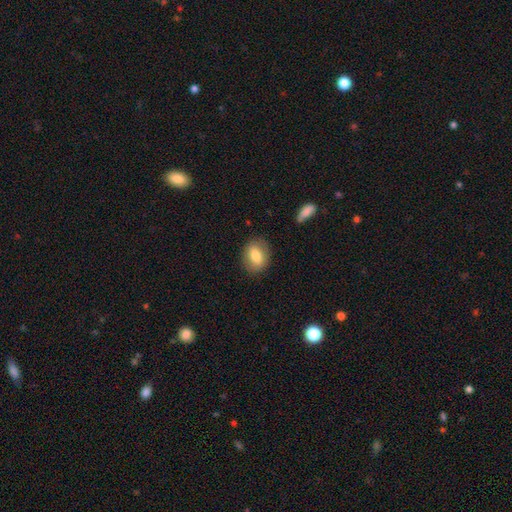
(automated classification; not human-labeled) Smooth or featured? Predicted: smooth (p=0.76). How rounded? Predicted: in between (p=0.73). Merging? Predicted: none (p=0.83).